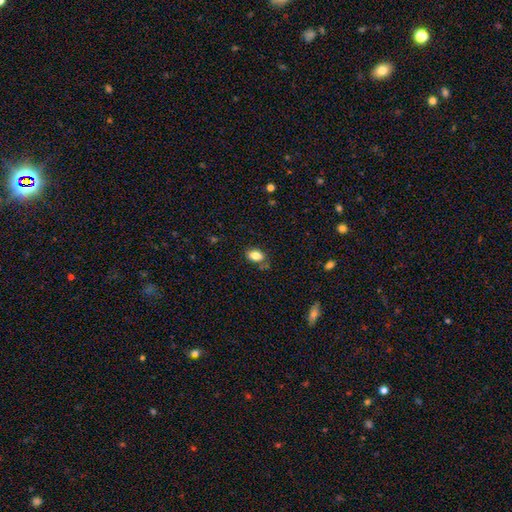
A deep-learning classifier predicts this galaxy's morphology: Smooth or featured? smooth (83%)
How rounded? in between (86%)
Merging? none (74%)